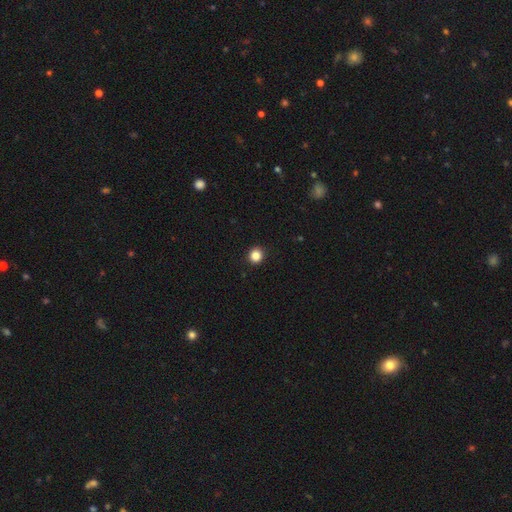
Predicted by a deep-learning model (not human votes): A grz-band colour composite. It shows a smooth galaxy with no disk features (85%) that is round (90%). Merging: none (93%).